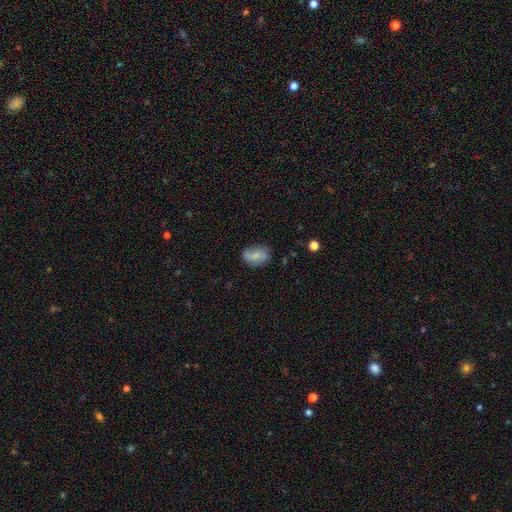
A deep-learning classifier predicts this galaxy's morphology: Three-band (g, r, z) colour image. It shows a smooth galaxy with no disk features (62%) that is in between round and cigar-shaped (79%). Merging: none (72%).